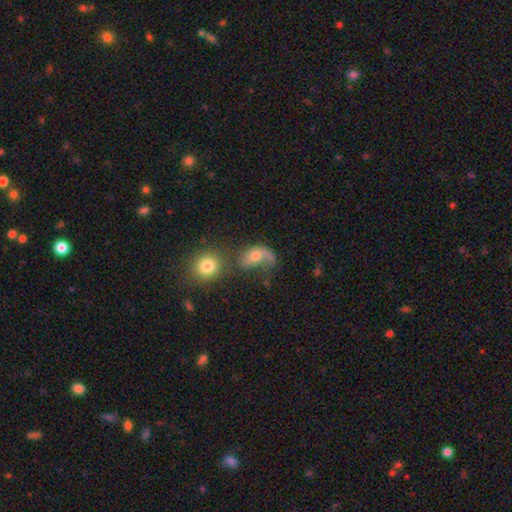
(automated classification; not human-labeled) Smooth or featured? featured or disk (46%)
Merging? major disturbance (35%)